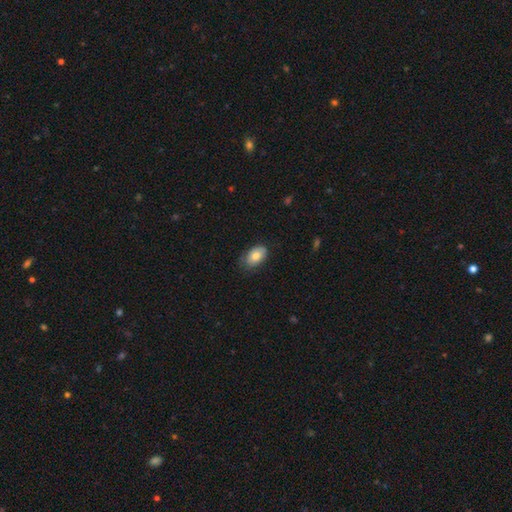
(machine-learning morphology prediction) type=smooth (78%); roundness=in between (90%); merging=none (70%).